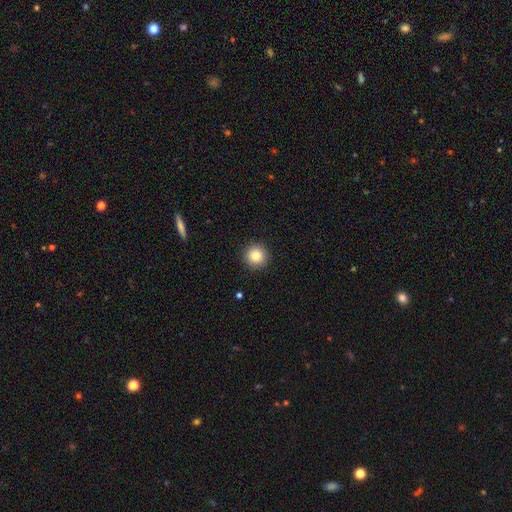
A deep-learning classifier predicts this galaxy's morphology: smooth 83%, star or artifact 10%, featured or disk 7%. Down the decision tree: how rounded — round (95%); merging — none (92%).